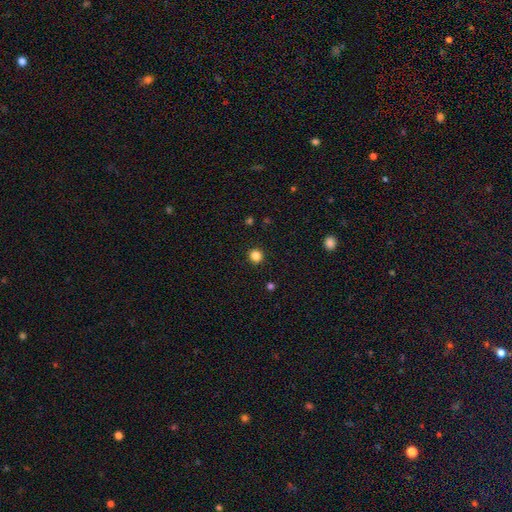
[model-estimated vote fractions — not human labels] This appears to be a smooth galaxy with no disk features (85%) that is round (91%). Merging: none (92%).